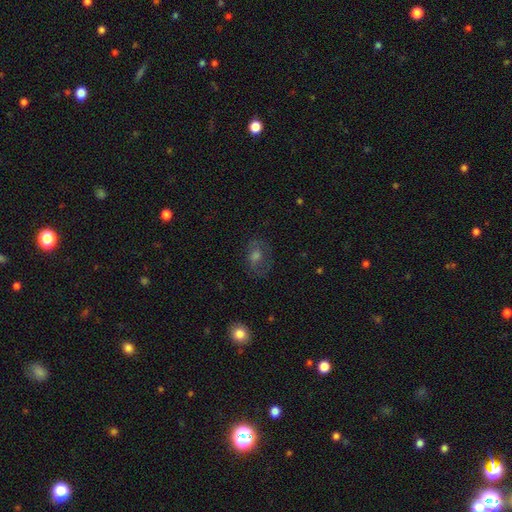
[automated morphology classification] Smooth or featured?
  - smooth: 47% *
  - featured or disk: 32%
  - star or artifact: 21%
Merging?
  - none: 73% *
  - minor disturbance: 16%
  - major disturbance: 9%
  - merger: 1%